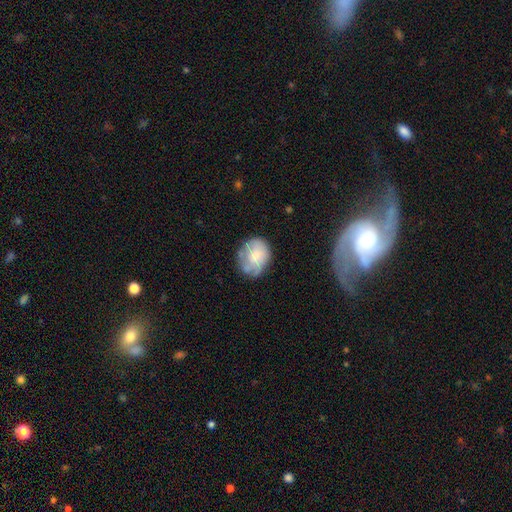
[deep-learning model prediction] Smooth or featured?
  - smooth: 56% *
  - featured or disk: 37%
  - star or artifact: 8%
How rounded?
  - round: 57% *
  - in between: 42%
  - cigar-shaped: 1%
Merging?
  - none: 56% *
  - minor disturbance: 28%
  - major disturbance: 13%
  - merger: 3%